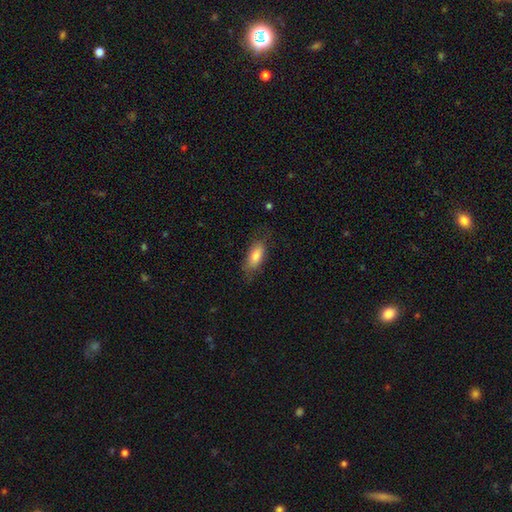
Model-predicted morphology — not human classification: smooth_or_featured: smooth (p=0.79) [alt: featured or disk p=0.15]
how_rounded: in between (p=0.80) [alt: cigar-shaped p=0.18]
merging: none (p=0.69) [alt: minor disturbance p=0.22]